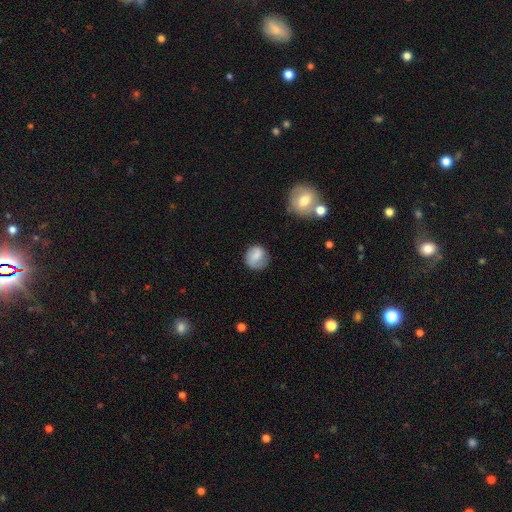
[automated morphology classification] smooth 71%, featured or disk 21%, star or artifact 8%. Down the decision tree: how rounded — round (80%); merging — none (66%).